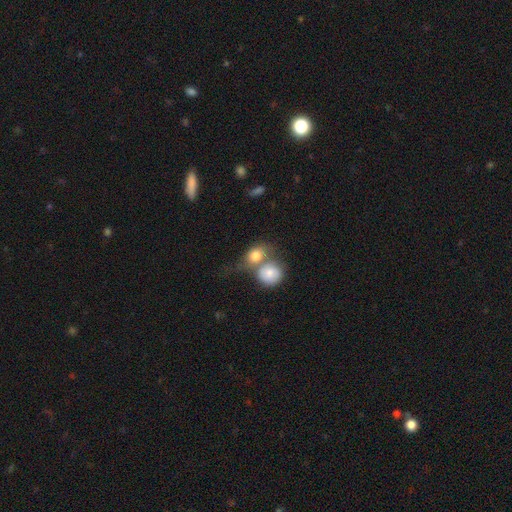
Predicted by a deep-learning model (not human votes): This is likely a smooth galaxy (78%). How rounded: likely round (61%). Merging: likely merger (63%).